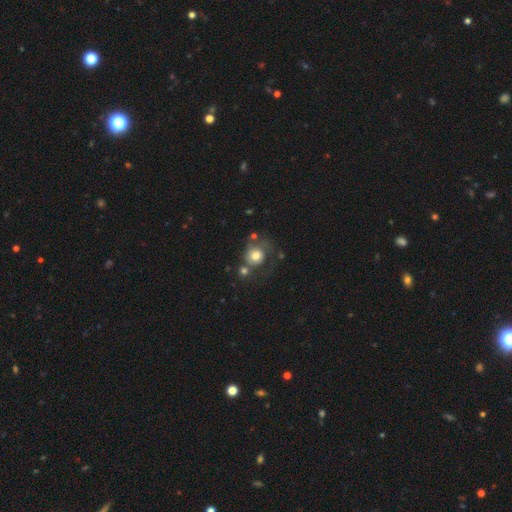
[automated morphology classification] This is likely a smooth galaxy (70%). How rounded: clearly round (80%). Merging: marginally none (41%).